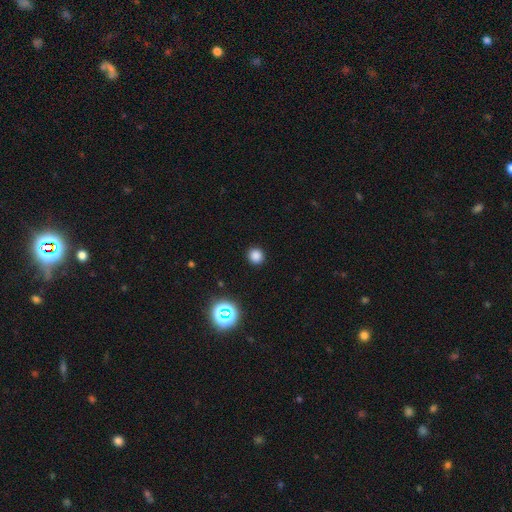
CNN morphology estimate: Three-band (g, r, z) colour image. It shows a smooth galaxy with no disk features (80%) that is round (92%). Merging: none (91%).